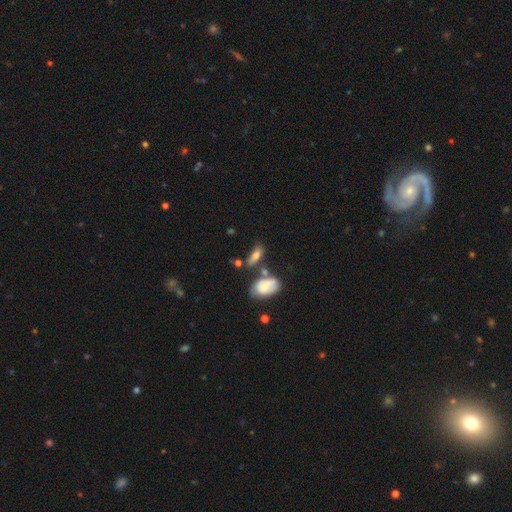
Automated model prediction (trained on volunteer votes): This is likely a smooth galaxy (68%). How rounded: likely in between (72%). Merging: possibly none (55%).